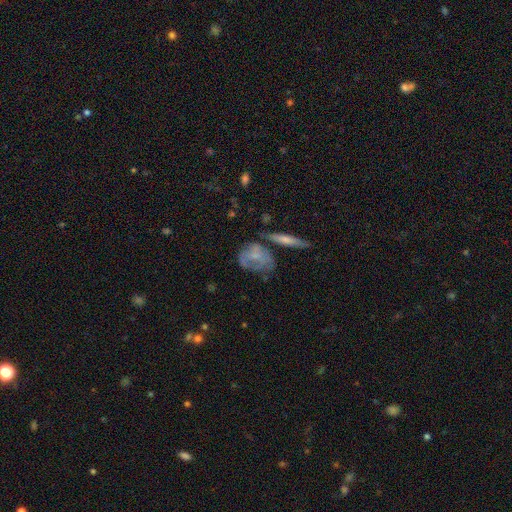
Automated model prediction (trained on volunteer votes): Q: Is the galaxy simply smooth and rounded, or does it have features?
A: smooth — 49%.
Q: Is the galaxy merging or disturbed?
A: none — 44%.